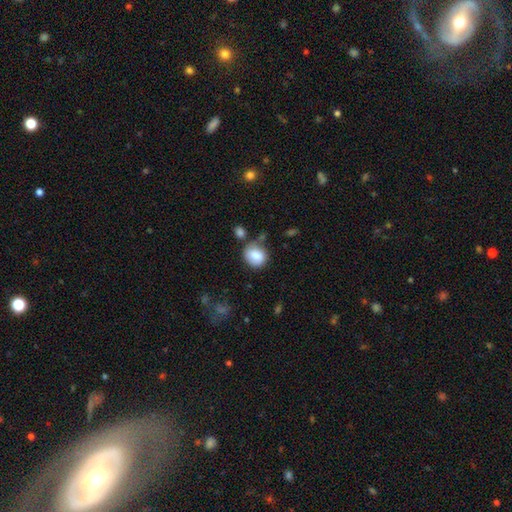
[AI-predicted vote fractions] smooth-or-featured: smooth: 83% | featured or disk: 9% | star or artifact: 8%
  how-rounded: round: 70% | in between: 29% | cigar-shaped: 1%
  merging: none: 61% | minor disturbance: 21% | merger: 11% | major disturbance: 7%